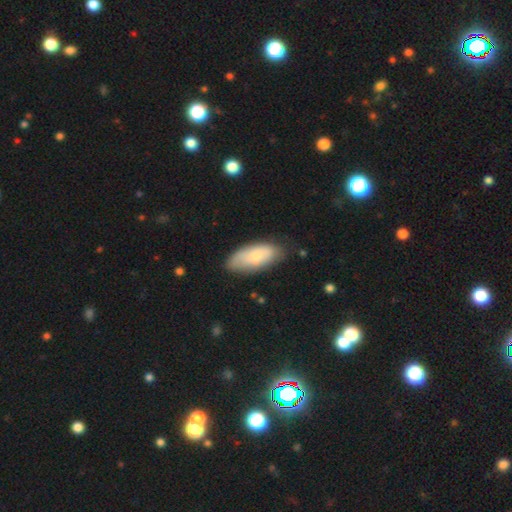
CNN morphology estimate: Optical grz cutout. It shows a smooth galaxy with no disk features (71%) that is in between round and cigar-shaped (88%). Merging: none (74%).